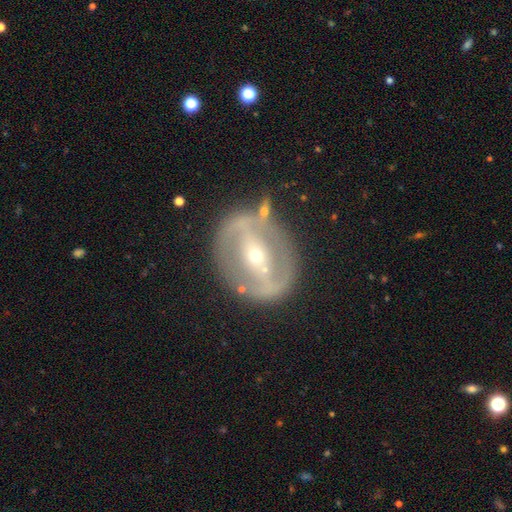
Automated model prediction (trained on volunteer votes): Smooth or featured: featured or disk — 80% (smooth — 13%)
Edge-on disk: no — 92% (yes — 8%)
Bar: strong — 59% (weak — 24%)
Spiral arms: no — 53% (yes — 47%)
Bulge size: small — 62% (moderate — 35%)
Merging: none — 75% (minor disturbance — 15%)